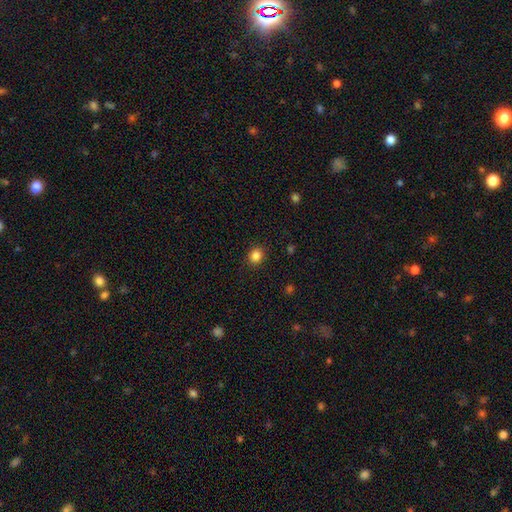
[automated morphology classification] Q: Smooth or featured?
A: smooth (85%); runner-up: star or artifact (11%)
Q: How rounded?
A: round (73%); runner-up: in between (27%)
Q: Merging?
A: none (90%); runner-up: minor disturbance (7%)